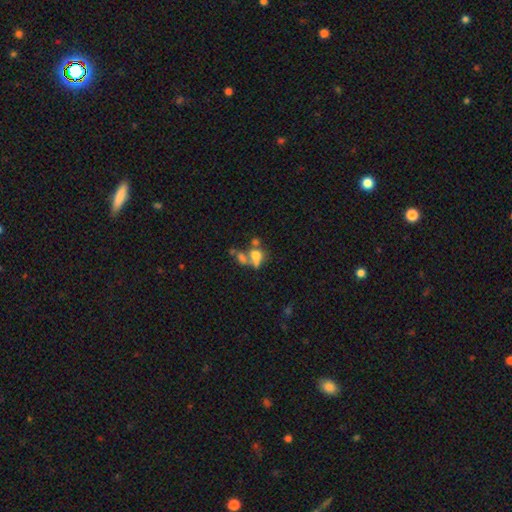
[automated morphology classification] Smooth or featured: smooth — 59% (featured or disk — 27%)
How rounded: in between — 61% (round — 32%)
Merging: merger — 49% (none — 26%)